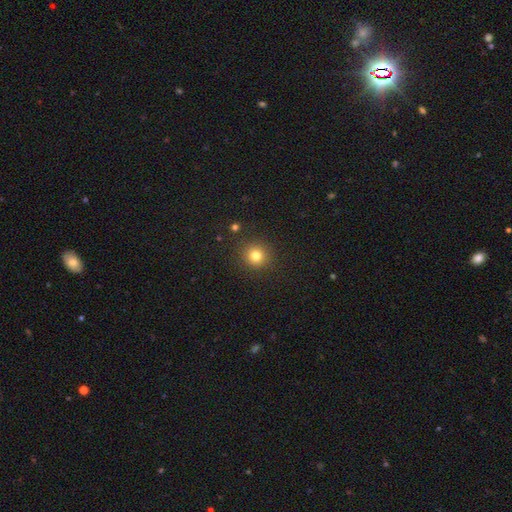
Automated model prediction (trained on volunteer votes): A smooth galaxy with no disk features (79%) that is round (93%).

Vote fractions:
- Smooth or featured? smooth: 79% / star or artifact: 14% / featured or disk: 7%
- How rounded? round: 93% / in between: 6% / cigar-shaped: 1%
- Merging? none: 90% / minor disturbance: 6% / major disturbance: 2% / merger: 2%